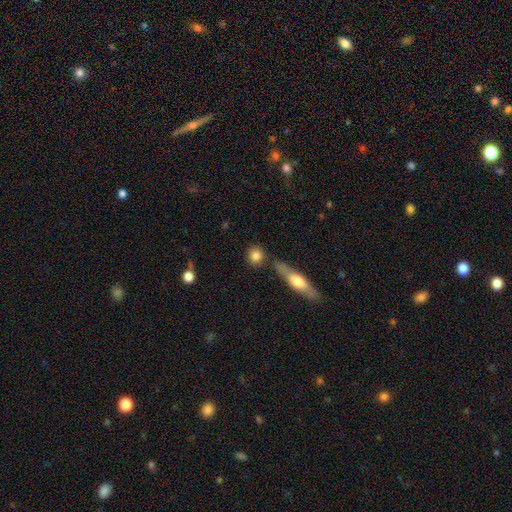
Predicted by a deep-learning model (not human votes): Smooth or featured?
  - smooth: 81% *
  - featured or disk: 11%
  - star or artifact: 8%
How rounded?
  - round: 80% *
  - in between: 15%
  - cigar-shaped: 5%
Merging?
  - none: 75% *
  - merger: 12%
  - minor disturbance: 10%
  - major disturbance: 3%